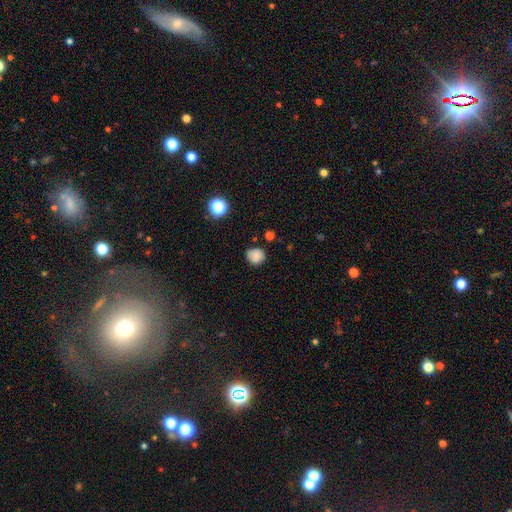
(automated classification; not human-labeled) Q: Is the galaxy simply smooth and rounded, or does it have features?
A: smooth — 82%.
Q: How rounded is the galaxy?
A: round — 80%.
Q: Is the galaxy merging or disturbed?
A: none — 75%.